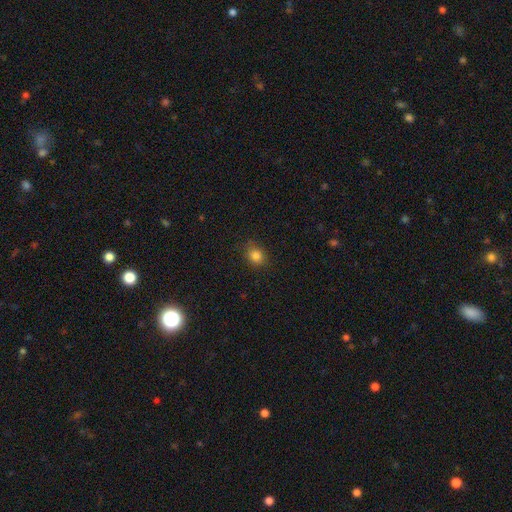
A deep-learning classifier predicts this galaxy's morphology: type=smooth (82%); roundness=round (63%); merging=none (85%).